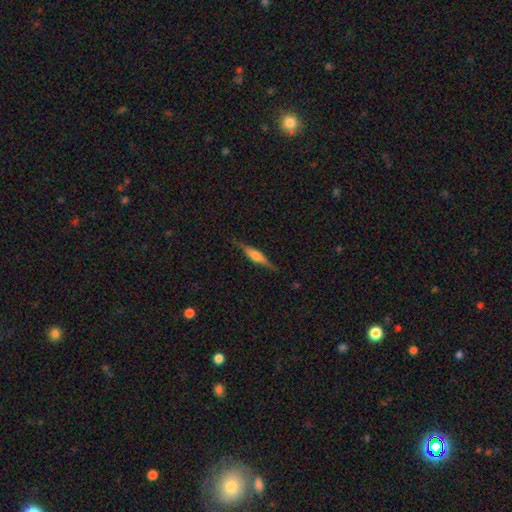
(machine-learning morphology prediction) Q: Smooth or featured?
A: featured or disk (64%); runner-up: smooth (29%)
Q: Edge-on disk?
A: yes (96%); runner-up: no (4%)
Q: Edge-on bulge?
A: rounded (74%); runner-up: boxy (20%)
Q: Merging?
A: none (85%); runner-up: minor disturbance (11%)